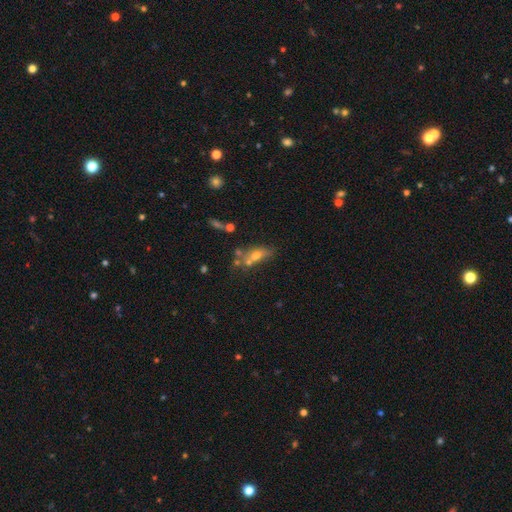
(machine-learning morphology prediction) Q: Smooth or featured?
A: smooth (54%); runner-up: featured or disk (32%)
Q: How rounded?
A: in between (66%); runner-up: cigar-shaped (21%)
Q: Merging?
A: none (39%); runner-up: merger (33%)